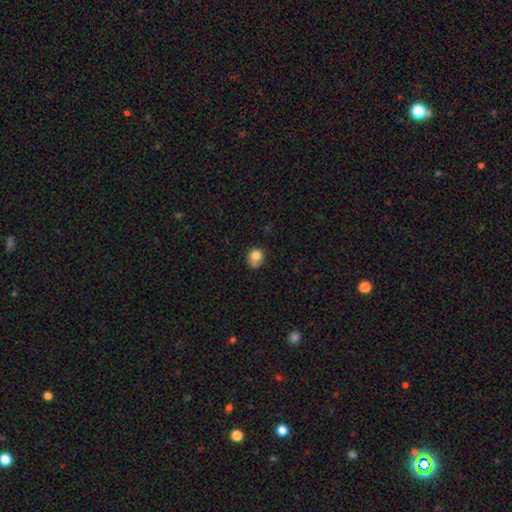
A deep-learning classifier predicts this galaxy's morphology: smooth_or_featured: smooth (p=0.80) [alt: star or artifact p=0.10]
how_rounded: round (p=0.73) [alt: in between p=0.26]
merging: none (p=0.50) [alt: minor disturbance p=0.33]